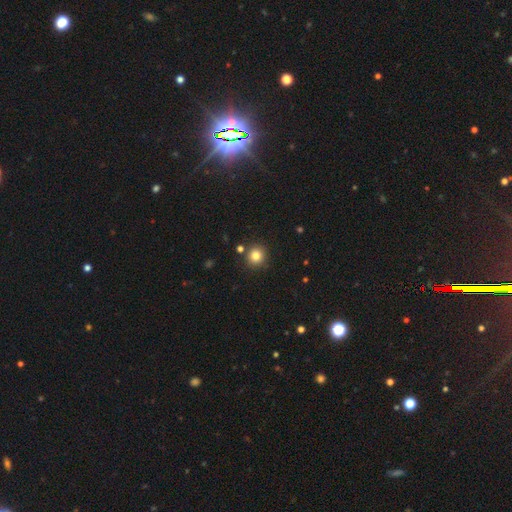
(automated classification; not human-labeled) Smooth or featured? Predicted: smooth (p=0.82). How rounded? Predicted: round (p=0.91). Merging? Predicted: none (p=0.86).